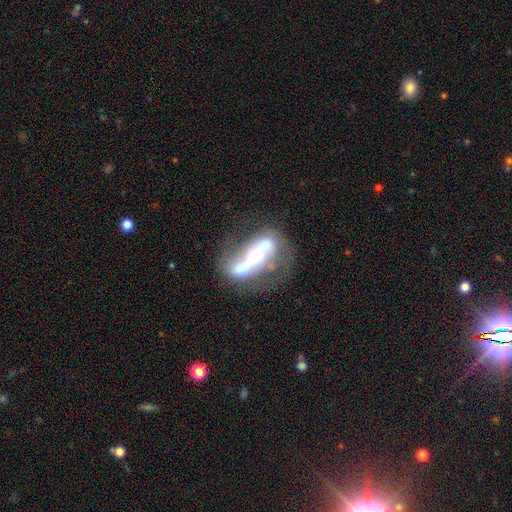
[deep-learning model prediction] featured or disk 73%, smooth 19%, star or artifact 8%. Down the decision tree: edge-on disk — no (87%); bar — no (50%); spiral arms — no (52%); bulge size — moderate (62%); merging — merger (41%).